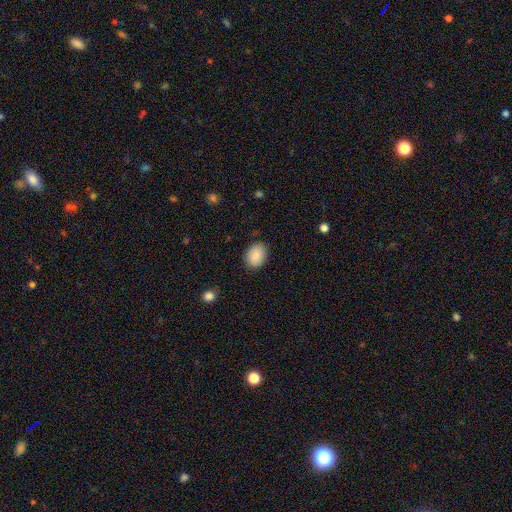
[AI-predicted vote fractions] smooth-or-featured: smooth: 87% | star or artifact: 7% | featured or disk: 6%
  how-rounded: in between: 69% | round: 30% | cigar-shaped: 1%
  merging: none: 83% | minor disturbance: 13% | major disturbance: 3% | merger: 1%